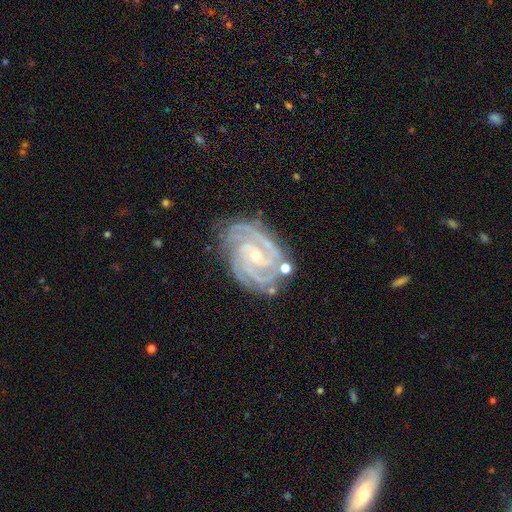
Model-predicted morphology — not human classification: featured or disk 92%, star or artifact 5%, smooth 3%. Down the decision tree: edge-on disk — no (97%); bar — no (54%); spiral arms — yes (99%); spiral arm count — 3 (32%, tied with 4); spiral winding — tight (76%); bulge size — small (73%); merging — none (76%).